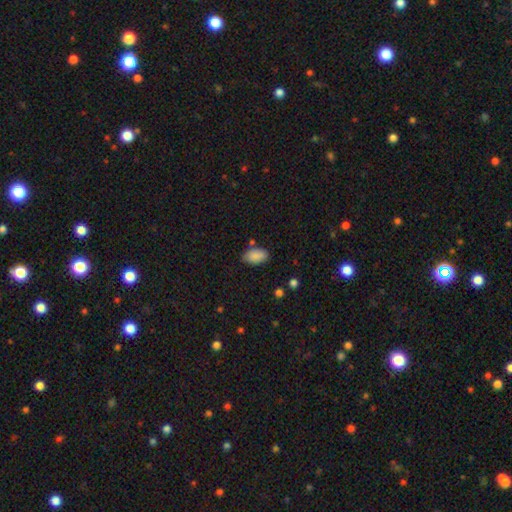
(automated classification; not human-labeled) A smooth galaxy with no disk features (88%) that is in between round and cigar-shaped (94%). Merging: none (77%).